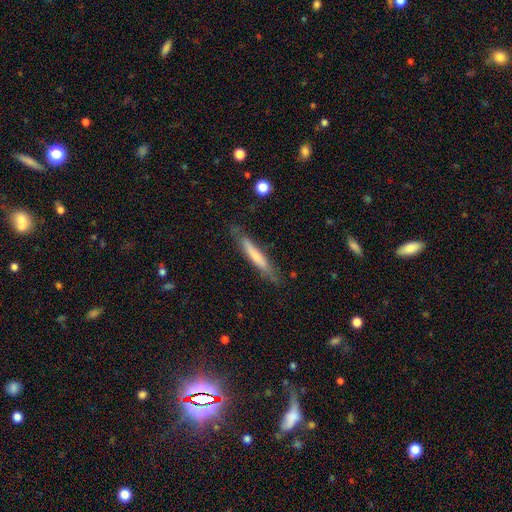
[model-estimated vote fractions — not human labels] Q: Smooth or featured?
A: smooth (60%); runner-up: featured or disk (34%)
Q: How rounded?
A: cigar-shaped (92%); runner-up: in between (6%)
Q: Merging?
A: none (74%); runner-up: minor disturbance (20%)